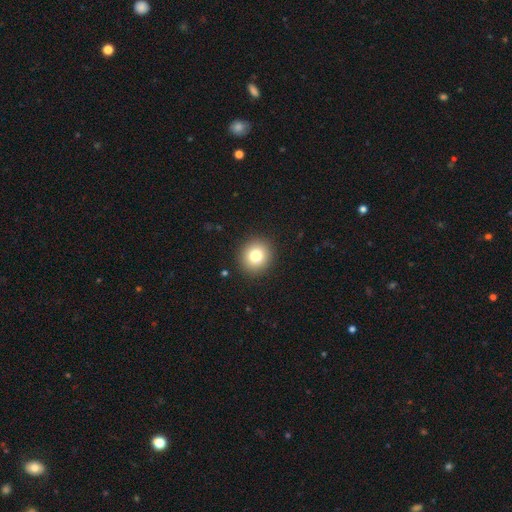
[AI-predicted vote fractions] A smooth galaxy with no disk features (79%) that is round (88%).

Vote fractions:
- Smooth or featured? smooth: 79% / star or artifact: 11% / featured or disk: 9%
- How rounded? round: 88% / in between: 11% / cigar-shaped: 1%
- Merging? none: 91% / minor disturbance: 6% / major disturbance: 2% / merger: 1%